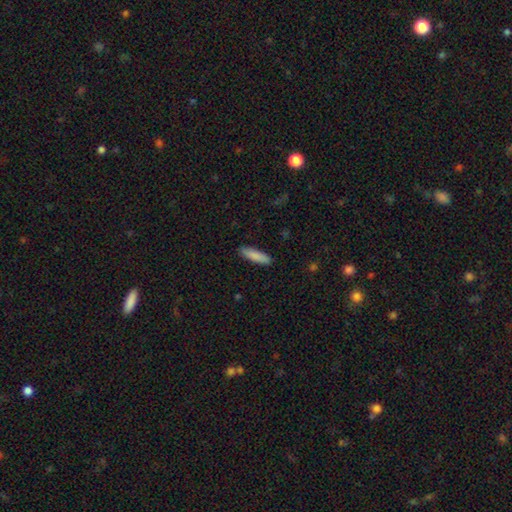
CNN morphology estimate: A smooth galaxy with no disk features (87%) that is cigar-shaped (69%).

Vote fractions:
- Smooth or featured? smooth: 87% / featured or disk: 7% / star or artifact: 6%
- How rounded? cigar-shaped: 69% / in between: 30% / round: 1%
- Merging? none: 89% / minor disturbance: 8% / major disturbance: 2% / merger: 1%